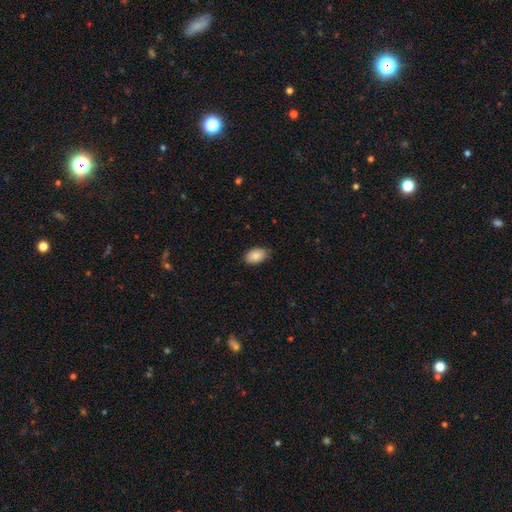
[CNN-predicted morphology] Overall: smooth (87%). How rounded: in between (91%). Merging: none (84%).